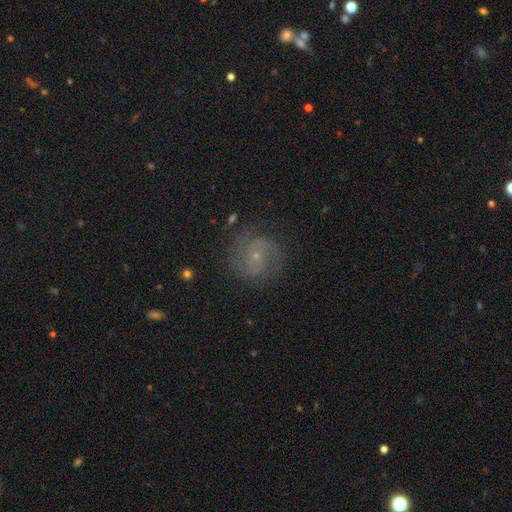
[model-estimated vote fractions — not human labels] Smooth or featured?
  - featured or disk: 72% *
  - smooth: 16%
  - star or artifact: 12%
Edge-on disk?
  - no: 98% *
  - yes: 2%
Bar?
  - no: 64% *
  - weak: 31%
  - strong: 6%
Spiral arms?
  - yes: 93% *
  - no: 7%
Spiral winding?
  - medium: 48% *
  - tight: 34%
  - loose: 18%
Spiral arm count?
  - 2: 62% *
  - can't tell: 17%
  - 3: 10%
  - 1: 4%
  - 4: 4%
  - more than 4: 3%
Bulge size?
  - small: 79% *
  - moderate: 14%
  - none: 4%
  - large: 1%
  - dominant: 1%
Merging?
  - none: 77% *
  - minor disturbance: 15%
  - major disturbance: 7%
  - merger: 1%